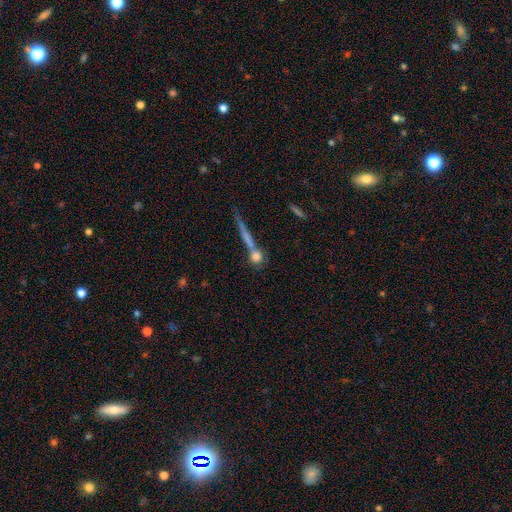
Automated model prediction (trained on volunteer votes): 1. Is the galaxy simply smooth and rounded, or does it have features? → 68% smooth, 21% featured or disk, 11% star or artifact.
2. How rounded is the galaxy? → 67% round, 20% cigar-shaped, 13% in between.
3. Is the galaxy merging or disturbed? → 54% none, 28% merger, 11% minor disturbance, 7% major disturbance.